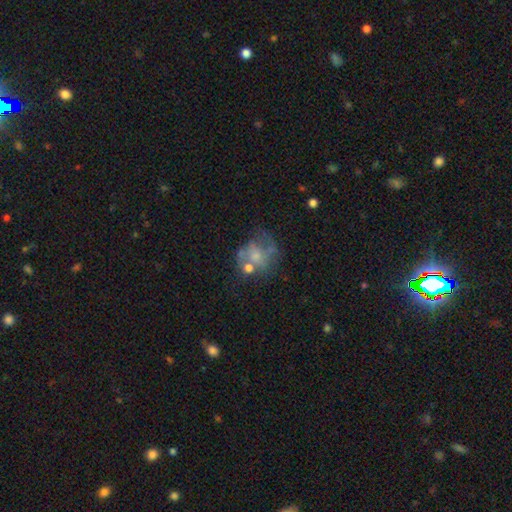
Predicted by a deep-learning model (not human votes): Overall: featured or disk (51%; smooth 36%). Edge-on disk: no (98%). Merging: none (34%; major disturbance 30%).